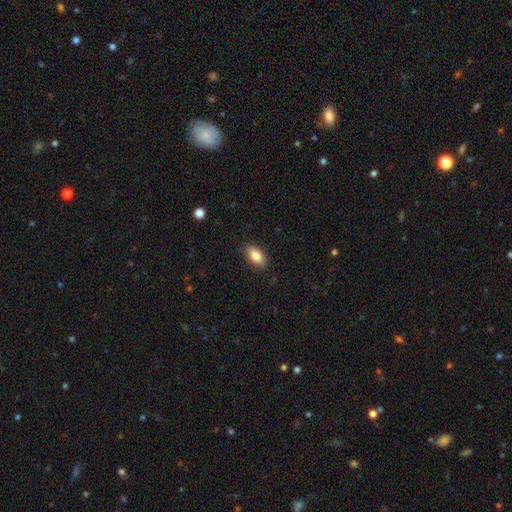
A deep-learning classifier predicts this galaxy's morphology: A smooth galaxy with no disk features (86%) that is in between round and cigar-shaped (91%). Merging: none (87%).